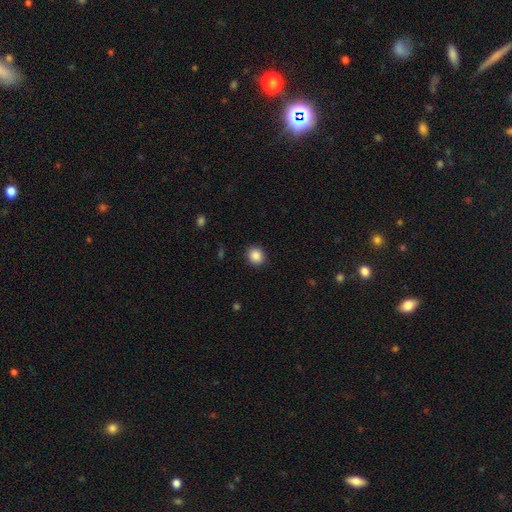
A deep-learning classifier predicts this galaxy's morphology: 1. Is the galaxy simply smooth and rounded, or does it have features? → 88% smooth, 9% star or artifact, 3% featured or disk.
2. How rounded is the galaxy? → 72% round, 27% in between, 1% cigar-shaped.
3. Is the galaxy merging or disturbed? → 90% none, 7% minor disturbance, 2% major disturbance, 1% merger.